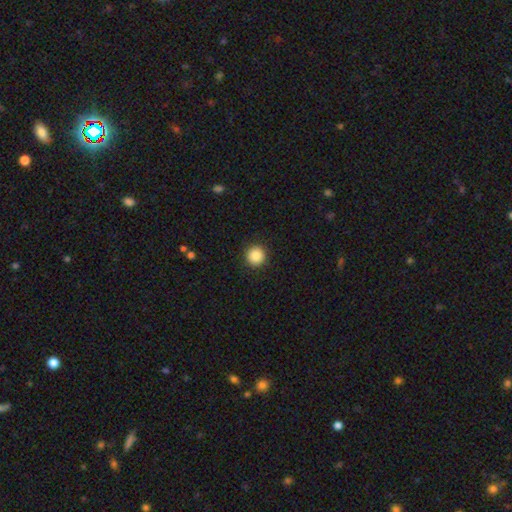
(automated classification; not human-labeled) smooth_or_featured: smooth (p=0.88) [alt: star or artifact p=0.09]
how_rounded: round (p=0.95) [alt: in between p=0.04]
merging: none (p=0.92) [alt: minor disturbance p=0.05]